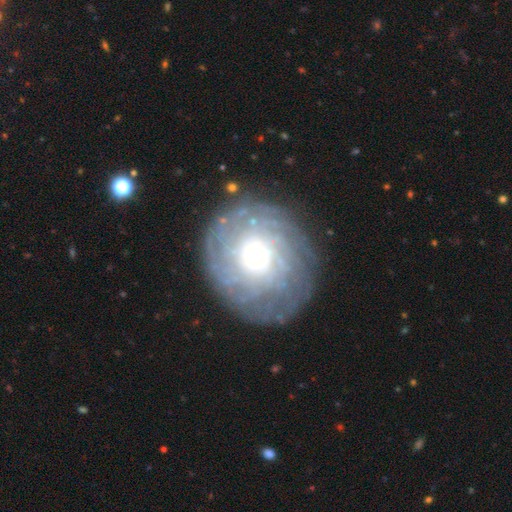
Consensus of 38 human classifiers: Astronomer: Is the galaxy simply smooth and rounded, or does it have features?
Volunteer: featured or disk — 82%.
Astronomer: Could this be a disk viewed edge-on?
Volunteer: no — 97%.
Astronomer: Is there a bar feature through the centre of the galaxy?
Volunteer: no — 80%.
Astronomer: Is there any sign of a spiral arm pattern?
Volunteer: yes — 90%.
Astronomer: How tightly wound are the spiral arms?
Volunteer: tight — 59%.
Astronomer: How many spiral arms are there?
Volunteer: more than 4 — 78%.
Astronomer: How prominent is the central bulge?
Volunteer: small — 63%.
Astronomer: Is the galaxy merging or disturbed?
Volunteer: none — 78%.